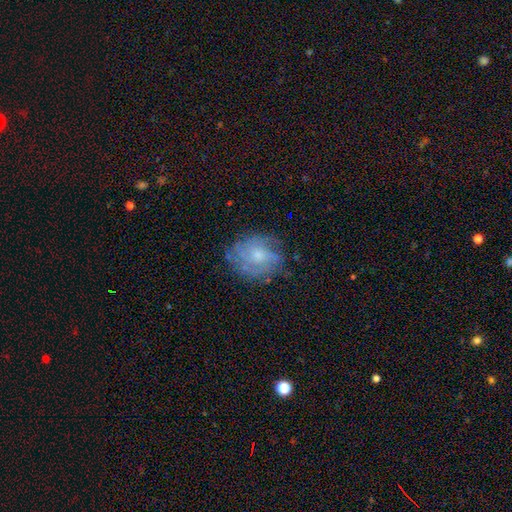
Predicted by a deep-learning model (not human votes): Overall: featured or disk (63%; smooth 27%). Edge-on disk: no (97%). Bar: no (73%). Spiral arms: yes (77%). Bulge size: small (45%; moderate 44%). Merging: none (69%).